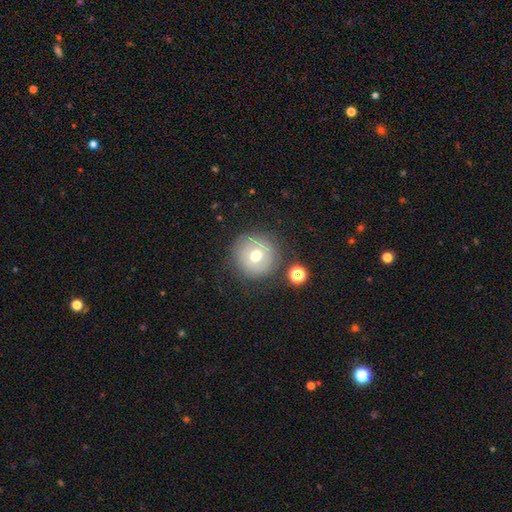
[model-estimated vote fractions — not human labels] Smooth or featured? smooth (49%)
Merging? none (76%)